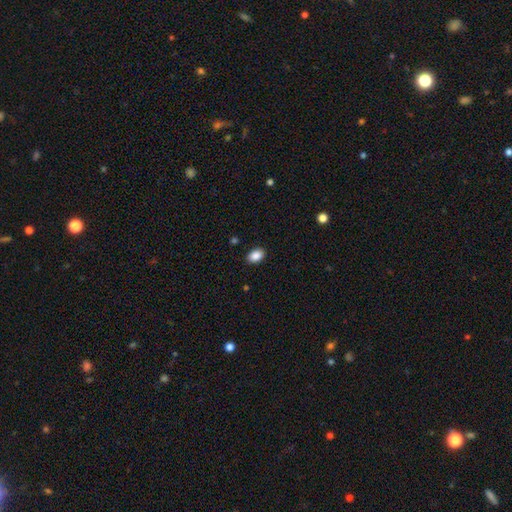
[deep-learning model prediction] A smooth galaxy with no disk features (89%) that is in between round and cigar-shaped (84%). Merging: none (89%).